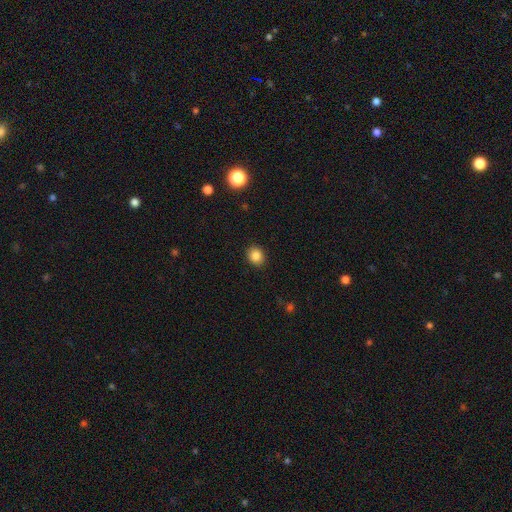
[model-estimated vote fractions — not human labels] Smooth or featured? smooth (85%)
How rounded? round (67%)
Merging? none (89%)